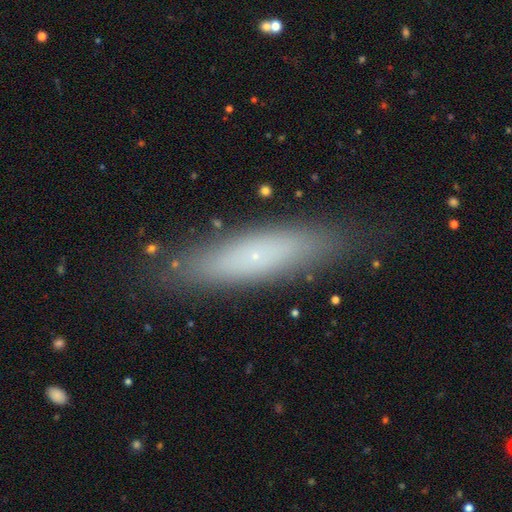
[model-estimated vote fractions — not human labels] This is possibly a smooth galaxy (57%). How rounded: likely cigar-shaped (71%). Merging: clearly none (84%).